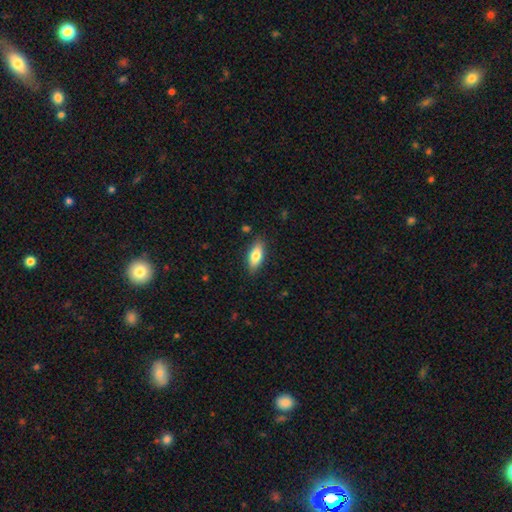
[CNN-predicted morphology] smooth-or-featured: smooth: 75% | featured or disk: 19% | star or artifact: 7%
  how-rounded: in between: 75% | cigar-shaped: 22% | round: 3%
  merging: none: 86% | minor disturbance: 11% | major disturbance: 2% | merger: 1%